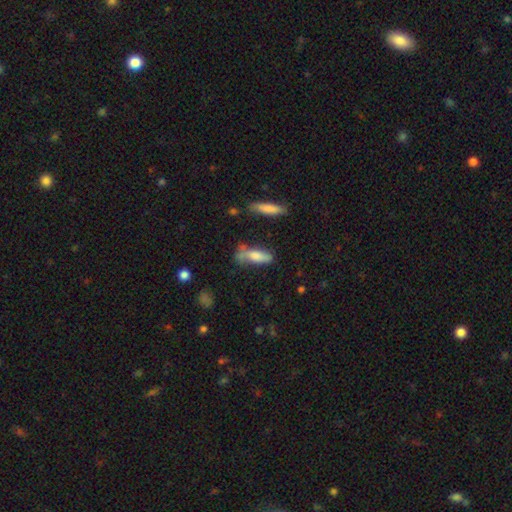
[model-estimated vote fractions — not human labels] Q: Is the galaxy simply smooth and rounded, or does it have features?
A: smooth — 68%.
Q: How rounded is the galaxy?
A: in between — 53%.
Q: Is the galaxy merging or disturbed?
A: none — 42%.